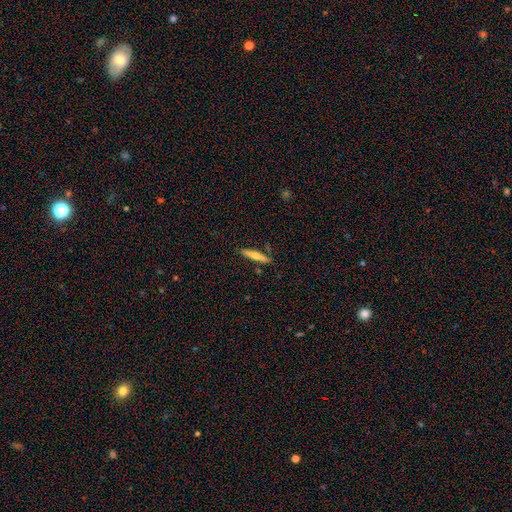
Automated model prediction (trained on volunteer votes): The model was most divided on "smooth or featured": smooth: 54%, featured or disk: 40%, star or artifact: 6%. More confident: how rounded — cigar-shaped (89%); merging — none (84%).